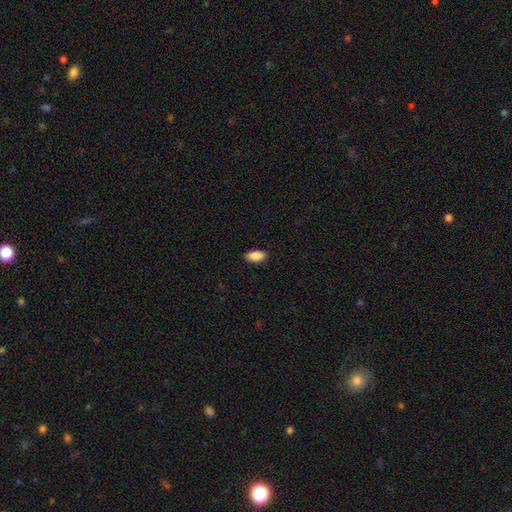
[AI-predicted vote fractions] A smooth galaxy with no disk features (90%) that is in between round and cigar-shaped (92%). Merging: none (89%).